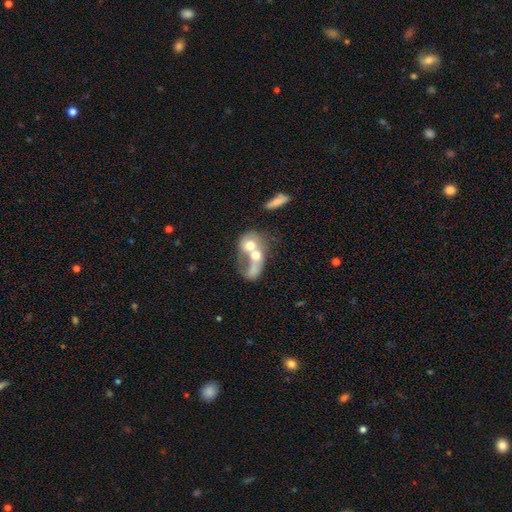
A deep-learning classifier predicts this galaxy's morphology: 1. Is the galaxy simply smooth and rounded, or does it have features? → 49% smooth, 41% featured or disk, 9% star or artifact.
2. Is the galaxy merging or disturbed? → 79% merger, 10% major disturbance, 7% none, 4% minor disturbance.